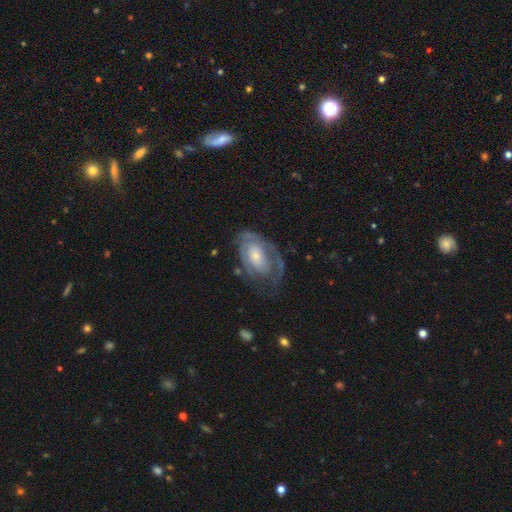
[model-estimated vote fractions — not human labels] Smooth or featured? Predicted: featured or disk (p=0.68). Edge-on disk? Predicted: no (p=0.95). Bar? Predicted: no (p=0.76). Spiral arms? Predicted: yes (p=0.71). Bulge size? Predicted: small (p=0.60). Merging? Predicted: none (p=0.48).